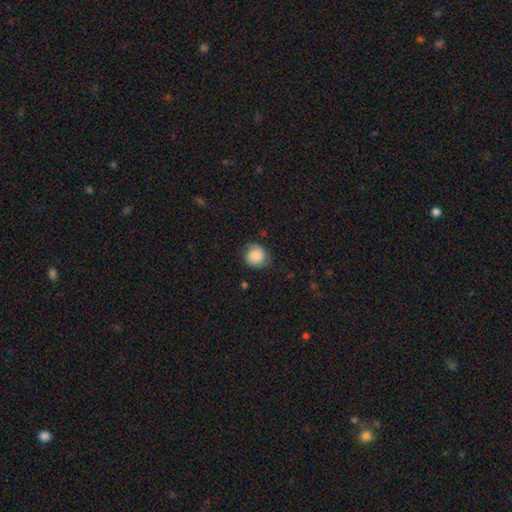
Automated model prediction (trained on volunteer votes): This is likely a smooth galaxy (78%). How rounded: clearly round (83%). Merging: likely none (72%).